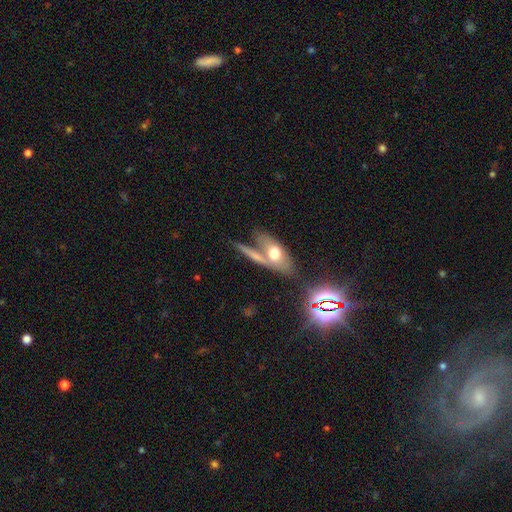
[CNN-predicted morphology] smooth 46%, featured or disk 35%, star or artifact 19%. Down the decision tree: merging — none (40%).